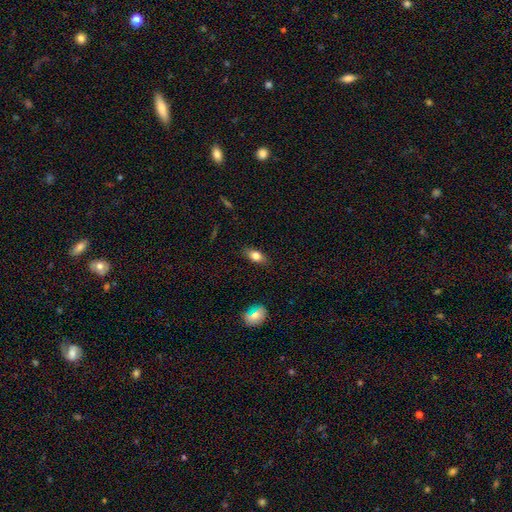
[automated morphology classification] Smooth or featured?
  - smooth: 80% *
  - featured or disk: 12%
  - star or artifact: 9%
How rounded?
  - in between: 83% *
  - round: 10%
  - cigar-shaped: 7%
Merging?
  - none: 85% *
  - minor disturbance: 12%
  - major disturbance: 2%
  - merger: 1%